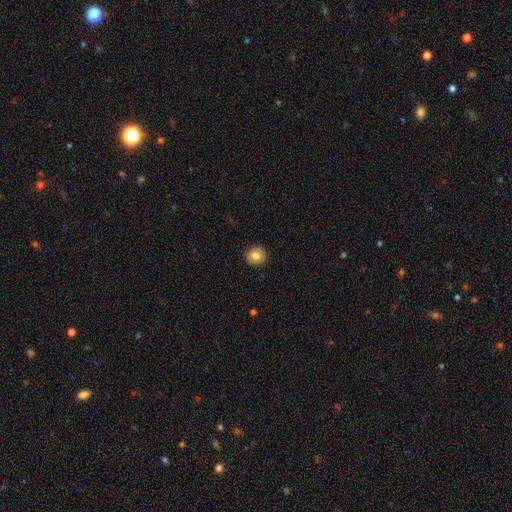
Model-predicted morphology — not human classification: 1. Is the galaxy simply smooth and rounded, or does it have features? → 82% smooth, 9% star or artifact, 9% featured or disk.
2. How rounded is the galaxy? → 92% round, 7% in between, 1% cigar-shaped.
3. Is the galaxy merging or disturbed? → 91% none, 6% minor disturbance, 2% major disturbance, 1% merger.